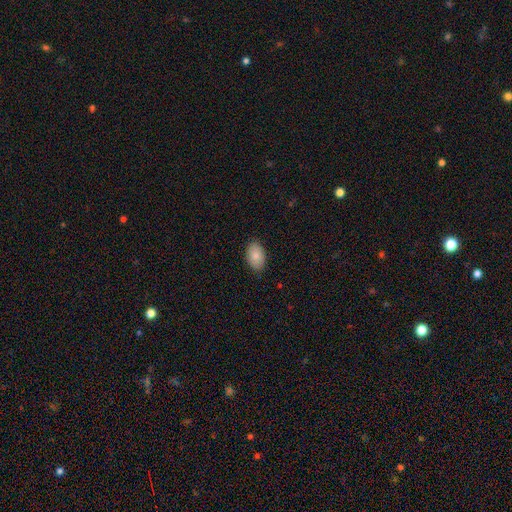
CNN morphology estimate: smooth-or-featured: smooth: 84% | featured or disk: 9% | star or artifact: 7%
  how-rounded: in between: 91% | round: 8% | cigar-shaped: 1%
  merging: none: 87% | minor disturbance: 10% | major disturbance: 2% | merger: 1%